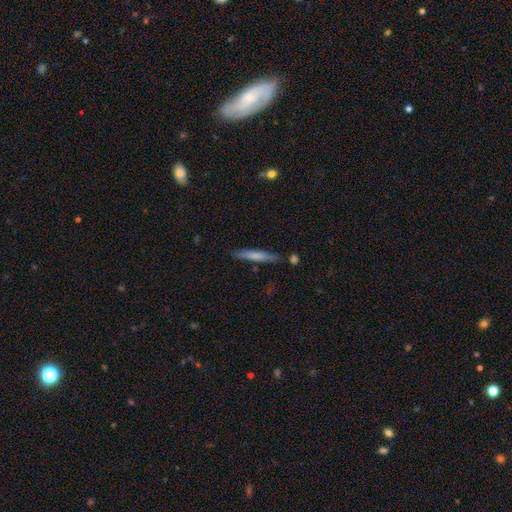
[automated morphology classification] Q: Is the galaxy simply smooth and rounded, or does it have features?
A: smooth — 66%.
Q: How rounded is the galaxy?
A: cigar-shaped — 94%.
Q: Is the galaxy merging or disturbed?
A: none — 80%.